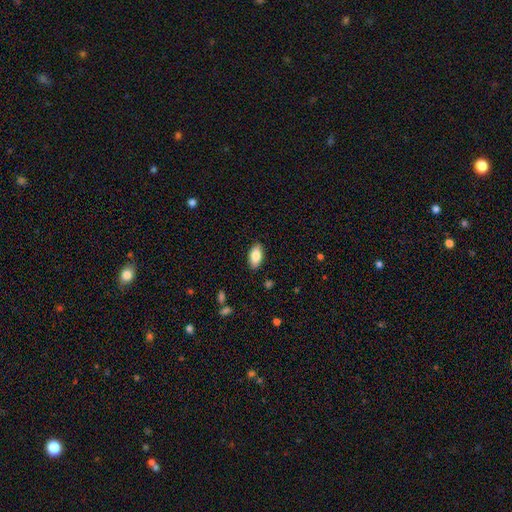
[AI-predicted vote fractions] The model was most divided on "smooth or featured": smooth: 83%, featured or disk: 10%, star or artifact: 7%. More confident: how rounded — in between (91%); merging — none (88%).